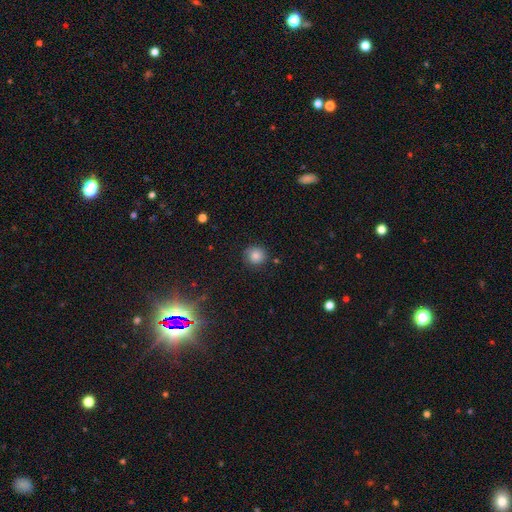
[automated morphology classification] This appears to be a smooth galaxy with no disk features (81%) that is round (90%). Merging: none (82%).